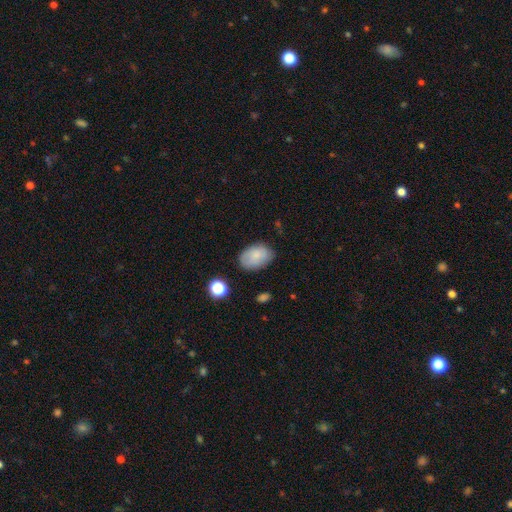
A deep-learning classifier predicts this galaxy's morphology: Smooth or featured? smooth (82%)
How rounded? in between (87%)
Merging? none (77%)